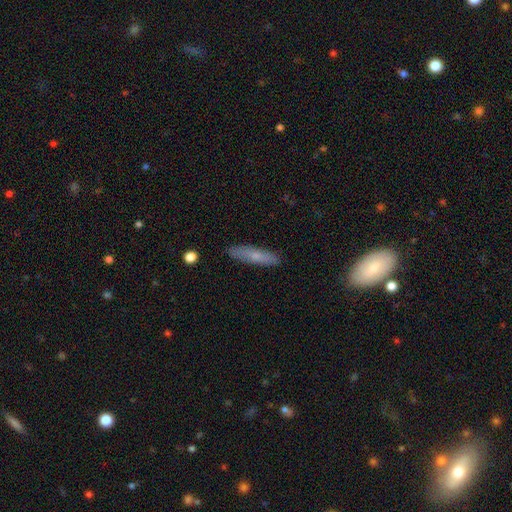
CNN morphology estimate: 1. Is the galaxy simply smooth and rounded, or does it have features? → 63% smooth, 30% featured or disk, 7% star or artifact.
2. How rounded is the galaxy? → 83% cigar-shaped, 15% in between, 2% round.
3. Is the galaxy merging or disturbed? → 88% none, 9% minor disturbance, 2% major disturbance, 1% merger.